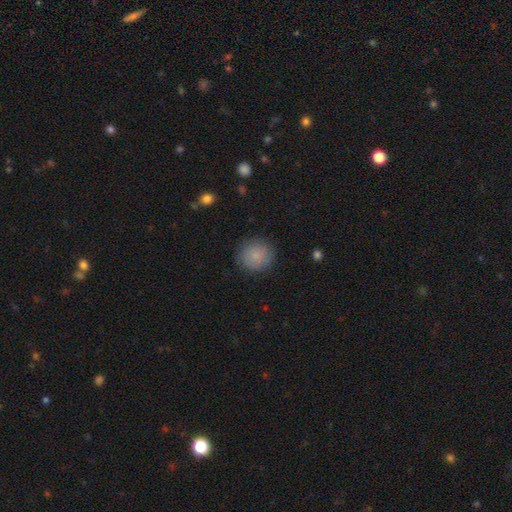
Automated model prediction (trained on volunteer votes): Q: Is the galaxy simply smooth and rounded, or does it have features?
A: smooth — 79%.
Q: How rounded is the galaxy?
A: round — 85%.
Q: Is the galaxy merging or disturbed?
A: none — 83%.